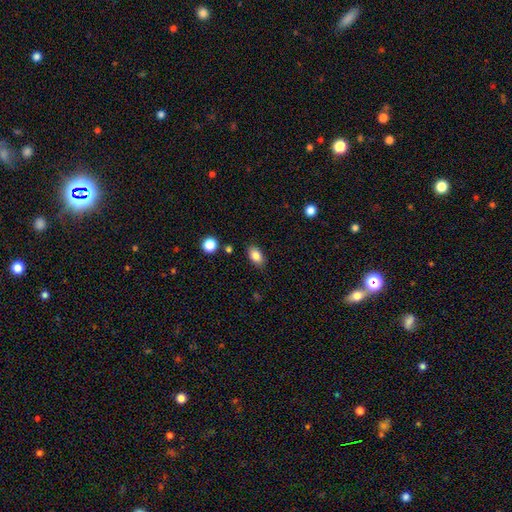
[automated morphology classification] smooth 84%, star or artifact 9%, featured or disk 7%. Down the decision tree: how rounded — in between (88%); merging — none (84%).